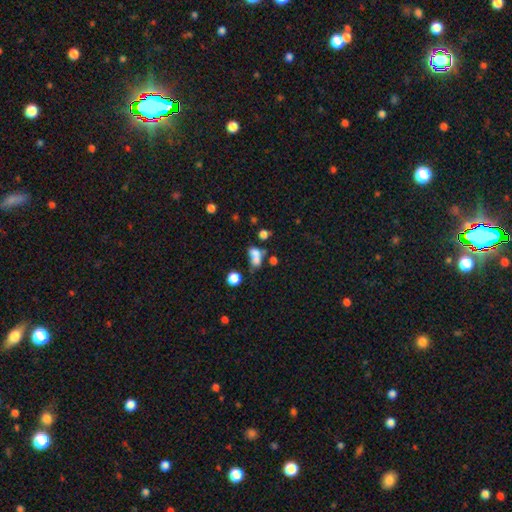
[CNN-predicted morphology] Q: Smooth or featured?
A: smooth (67%); runner-up: featured or disk (18%)
Q: How rounded?
A: in between (71%); runner-up: round (24%)
Q: Merging?
A: merger (50%); runner-up: none (23%)